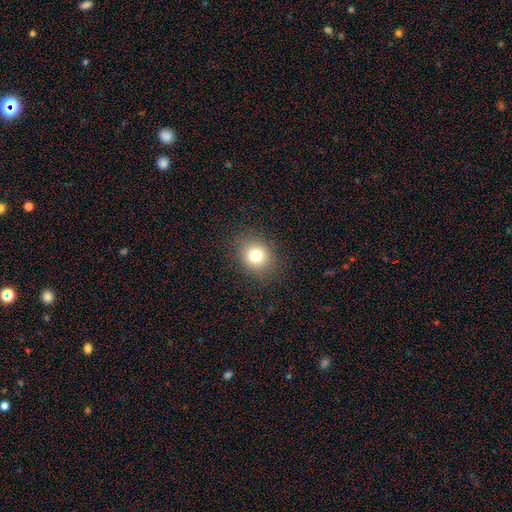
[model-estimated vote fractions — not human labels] This appears to be a smooth galaxy with no disk features (77%) that is round (67%). Merging: none (87%).